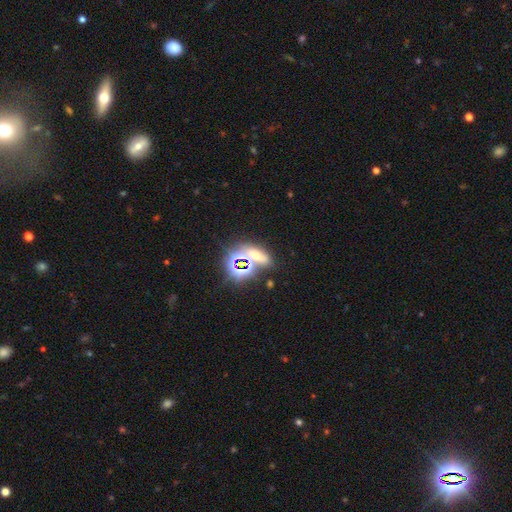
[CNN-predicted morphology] Smooth or featured? Predicted: star or artifact (p=0.48).